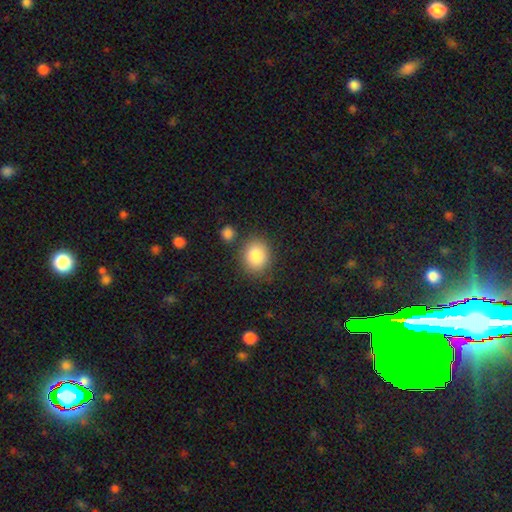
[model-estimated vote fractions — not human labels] This appears to be a smooth galaxy with no disk features (85%) that is round (64%). Merging: none (78%).